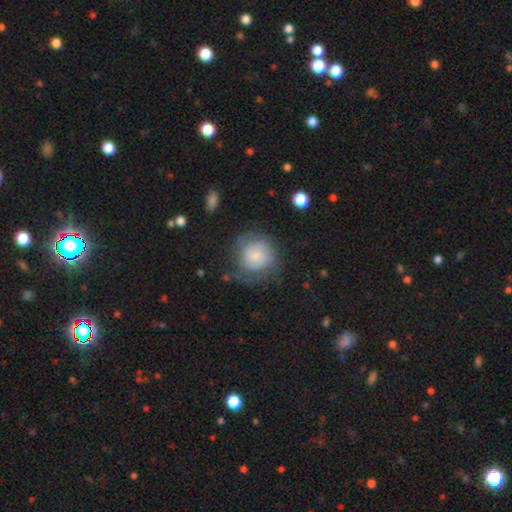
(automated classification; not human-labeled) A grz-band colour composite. It shows a smooth galaxy with no disk features (48%). Merging: none (54%).